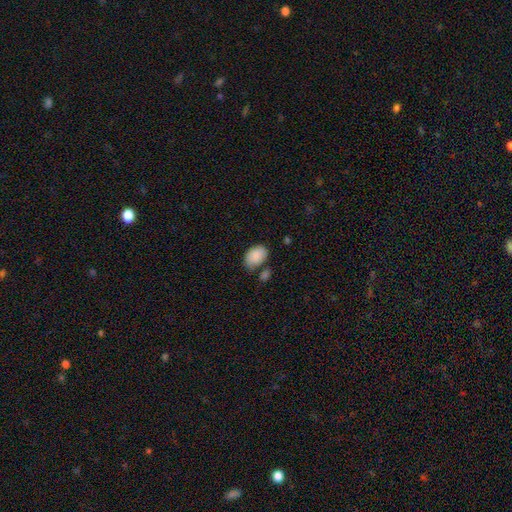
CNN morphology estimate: This appears to be a smooth galaxy with no disk features (88%) that is in between round and cigar-shaped (85%). Merging: none (58%).